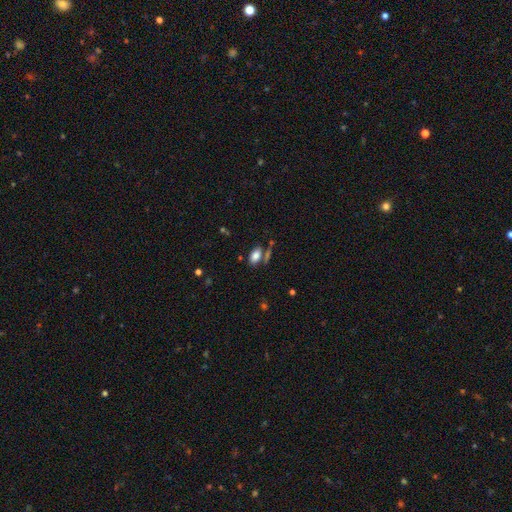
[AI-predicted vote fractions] Morphology: type=smooth (81%); roundness=in between (90%); merging=none (68%).